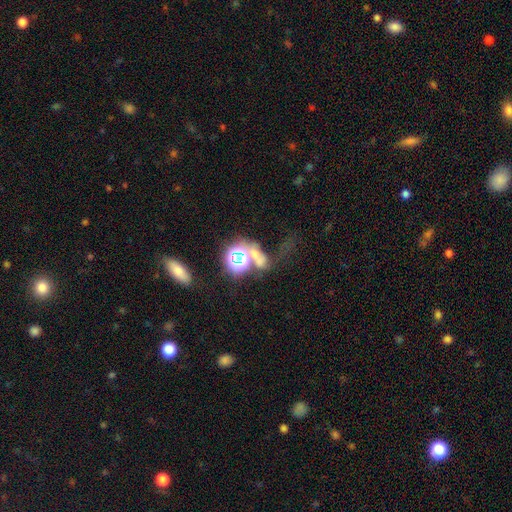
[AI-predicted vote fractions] This appears to be a star or artifact, not a galaxy (47%).